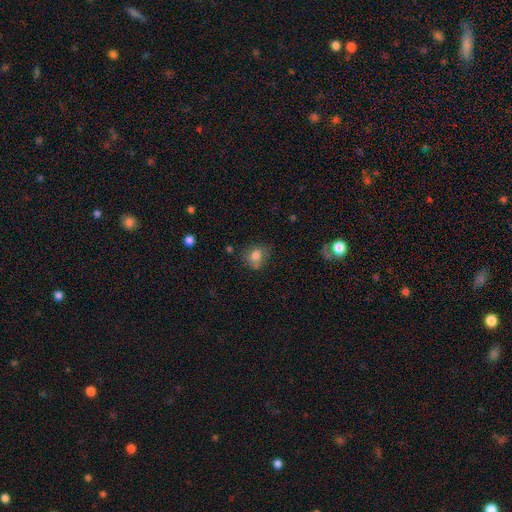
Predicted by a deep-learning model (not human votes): The model was most divided on "how rounded": round: 63%, in between: 36%, cigar-shaped: 1%. More confident: smooth or featured — smooth (75%); merging — none (59%).